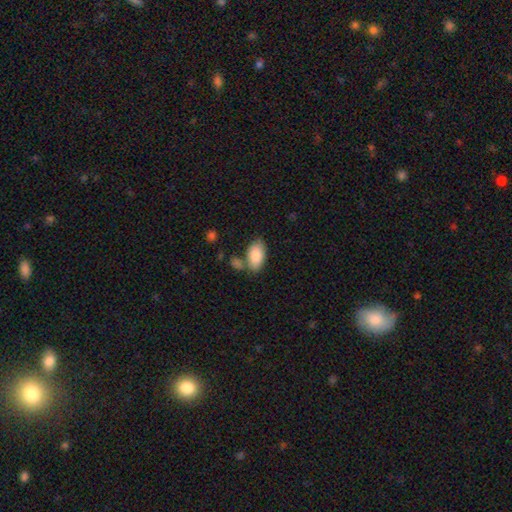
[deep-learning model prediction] The model was most divided on "merging": none: 64%, merger: 16%, minor disturbance: 16%, major disturbance: 4%. More confident: how rounded — in between (94%); smooth or featured — smooth (86%).